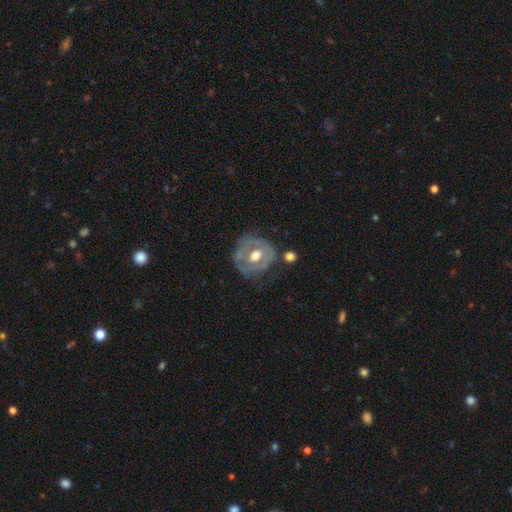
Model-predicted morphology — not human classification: Smooth or featured? featured or disk (64%)
Edge-on disk? no (96%)
Bar? no (62%)
Spiral arms? no (67%)
Bulge size? moderate (69%)
Merging? none (59%)